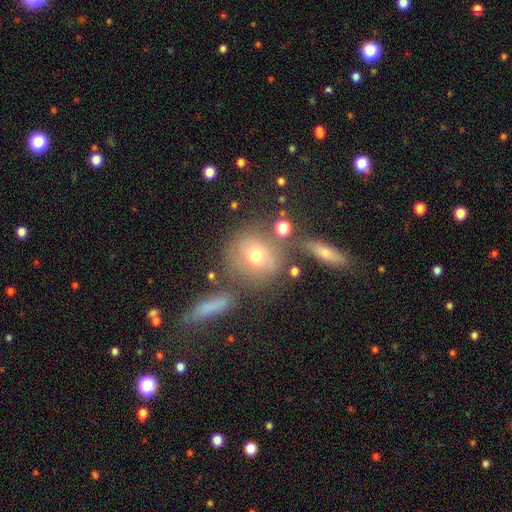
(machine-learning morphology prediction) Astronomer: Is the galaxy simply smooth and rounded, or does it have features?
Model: smooth — 61%.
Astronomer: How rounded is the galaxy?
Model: round — 75%.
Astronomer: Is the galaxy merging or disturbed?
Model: none — 63%.